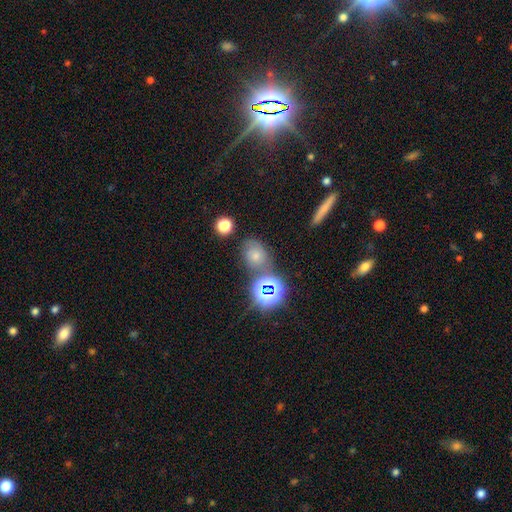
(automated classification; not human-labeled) This appears to be a smooth galaxy with no disk features (53%) that is in between round and cigar-shaped (54%). Merging: none (62%).